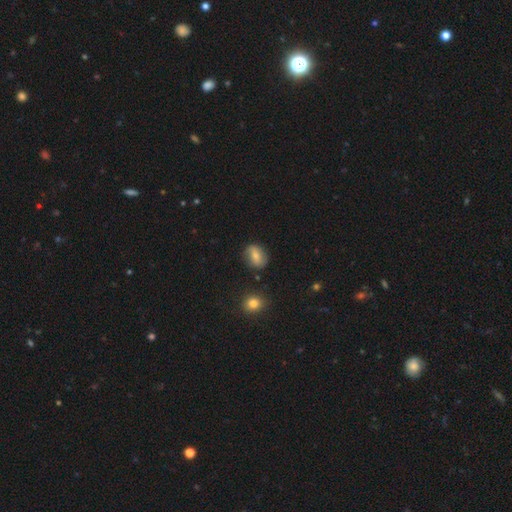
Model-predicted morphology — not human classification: type=smooth (56%); roundness=in between (58%); merging=none (79%).